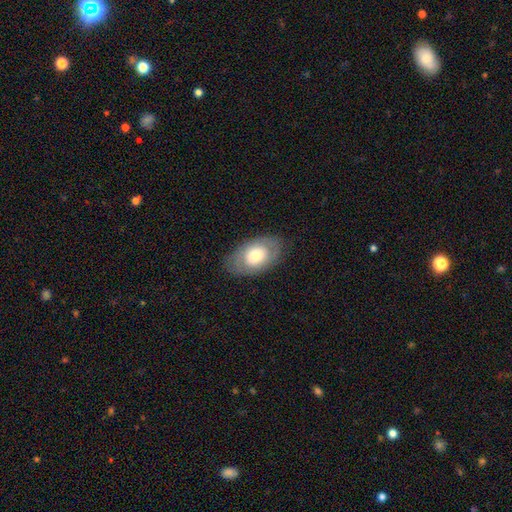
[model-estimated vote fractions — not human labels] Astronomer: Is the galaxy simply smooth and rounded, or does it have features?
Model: smooth — 57% (runner-up: featured or disk, 36%).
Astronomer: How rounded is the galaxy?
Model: in between — 88%.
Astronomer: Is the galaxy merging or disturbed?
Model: none — 80%.